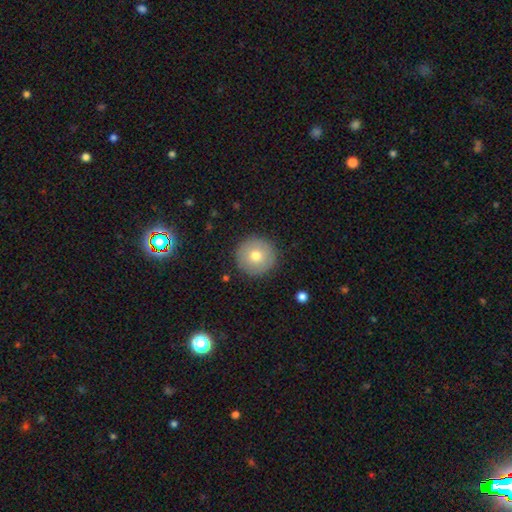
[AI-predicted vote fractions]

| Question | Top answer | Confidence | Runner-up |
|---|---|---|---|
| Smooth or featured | smooth | 74% | featured or disk (17%) |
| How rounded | round | 97% | in between (3%) |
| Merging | none | 91% | minor disturbance (6%) |